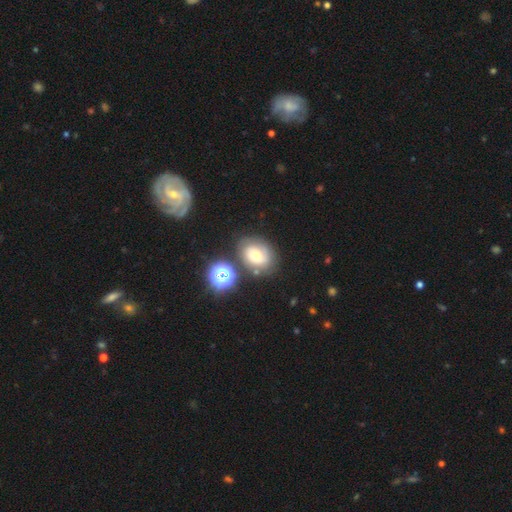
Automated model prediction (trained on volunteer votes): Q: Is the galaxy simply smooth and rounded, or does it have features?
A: smooth — 44%.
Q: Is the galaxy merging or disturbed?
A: none — 65%.